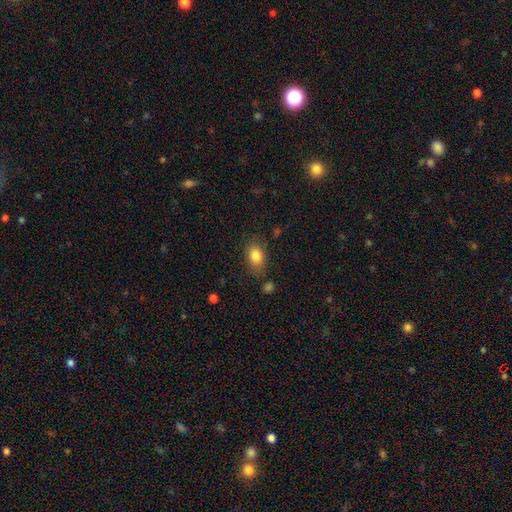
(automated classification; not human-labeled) Smooth or featured? Predicted: smooth (p=0.84). How rounded? Predicted: in between (p=0.79). Merging? Predicted: none (p=0.75).